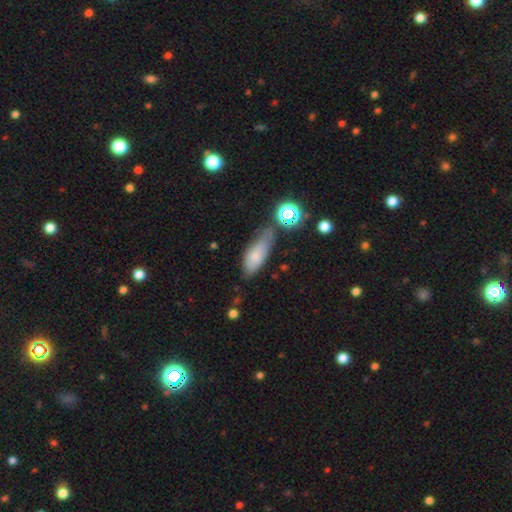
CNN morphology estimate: smooth 71%, featured or disk 18%, star or artifact 11%. Down the decision tree: how rounded — in between (73%); merging — none (50%).